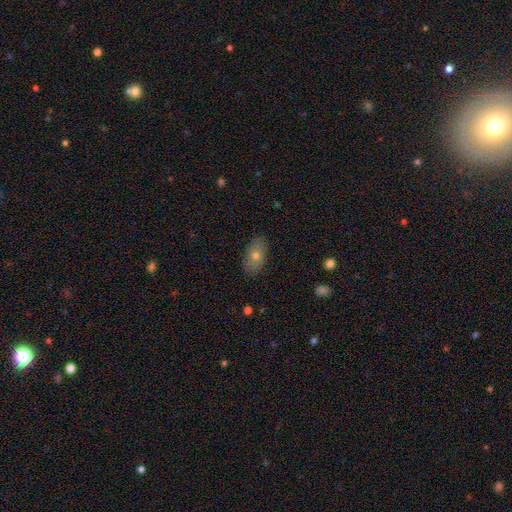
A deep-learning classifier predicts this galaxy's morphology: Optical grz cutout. It shows a smooth galaxy with no disk features (67%) that is in between round and cigar-shaped (89%). Merging: none (86%).